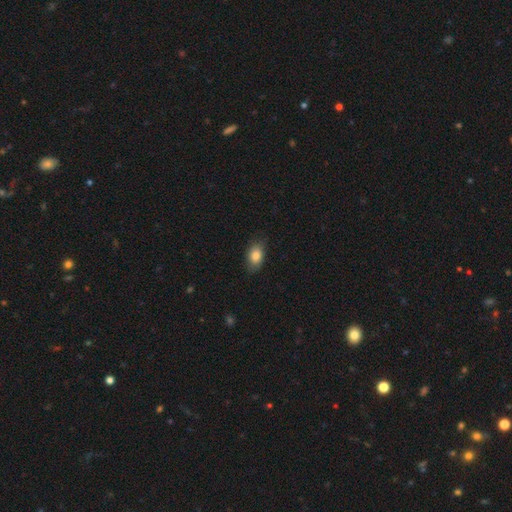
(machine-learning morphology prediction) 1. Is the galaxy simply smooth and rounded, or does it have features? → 84% smooth, 9% featured or disk, 8% star or artifact.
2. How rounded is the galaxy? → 85% in between, 13% round, 2% cigar-shaped.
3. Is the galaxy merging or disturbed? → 79% none, 16% minor disturbance, 3% major disturbance, 1% merger.